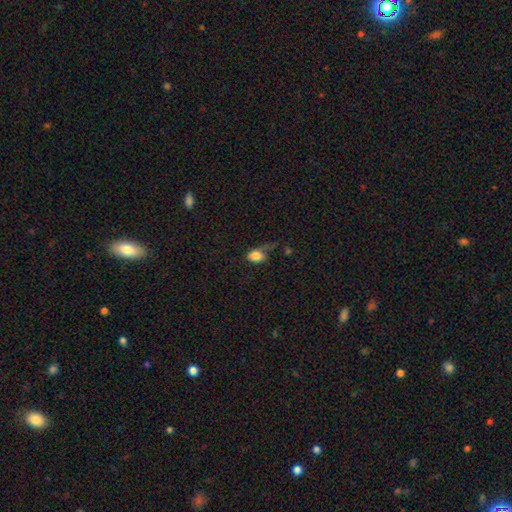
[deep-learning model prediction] Smooth or featured?
  - smooth: 81% *
  - featured or disk: 10%
  - star or artifact: 9%
How rounded?
  - in between: 74% *
  - round: 24%
  - cigar-shaped: 2%
Merging?
  - major disturbance: 34% *
  - none: 31%
  - minor disturbance: 30%
  - merger: 5%